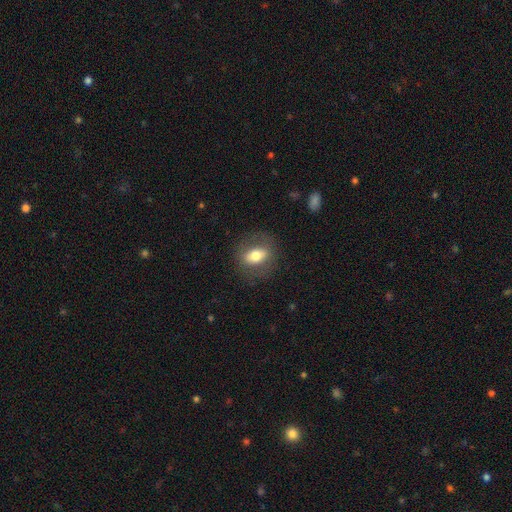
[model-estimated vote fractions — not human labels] The model was most divided on "smooth or featured": smooth: 61%, featured or disk: 31%, star or artifact: 8%. More confident: merging — none (80%); how rounded — in between (69%).